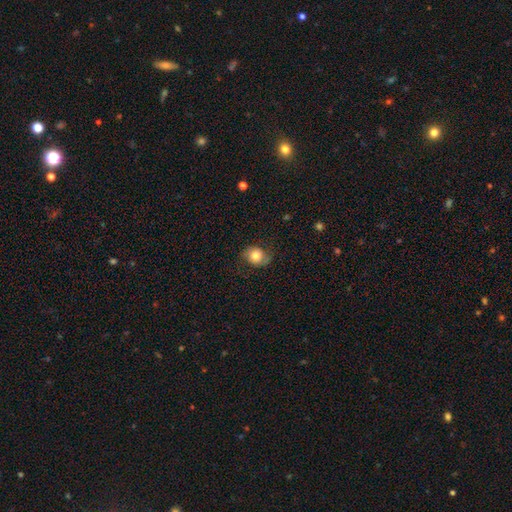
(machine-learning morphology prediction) smooth 67%, featured or disk 24%, star or artifact 9%. Down the decision tree: how rounded — round (61%); merging — none (70%).